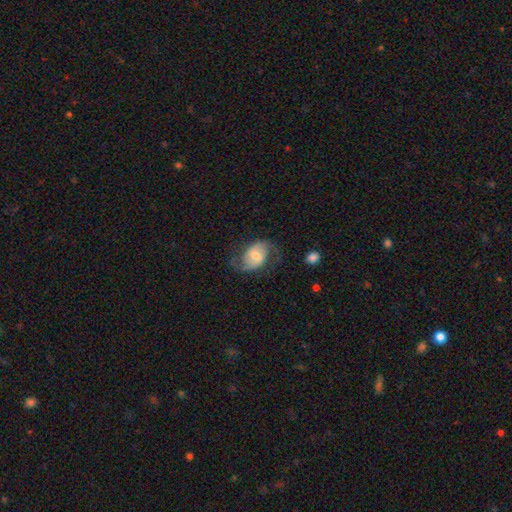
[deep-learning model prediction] A featured or disk galaxy (69%) with no bar (44%), 2 (89%) loose (47%) spiral arms (91%) and a moderate central bulge (54%). Merging: none (64%).